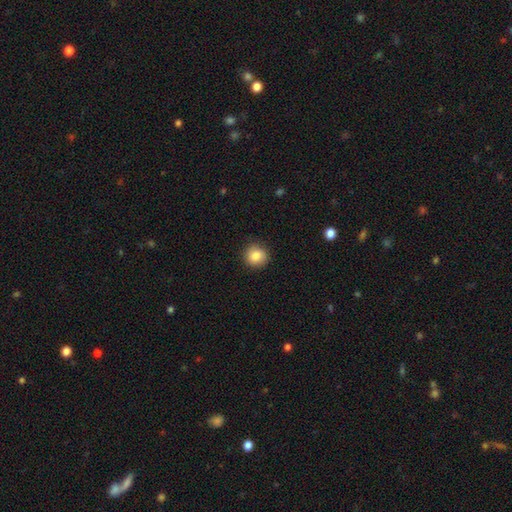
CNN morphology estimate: Smooth or featured?
  - smooth: 85% *
  - star or artifact: 9%
  - featured or disk: 5%
How rounded?
  - round: 90% *
  - in between: 9%
  - cigar-shaped: 1%
Merging?
  - none: 89% *
  - minor disturbance: 8%
  - major disturbance: 2%
  - merger: 1%